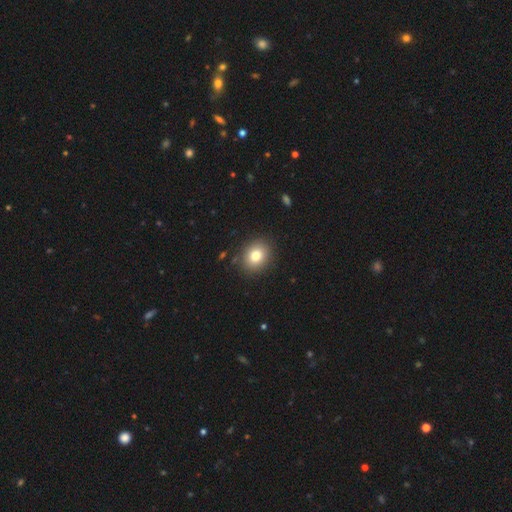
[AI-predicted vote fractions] Smooth or featured? smooth (79%)
How rounded? round (65%)
Merging? none (88%)